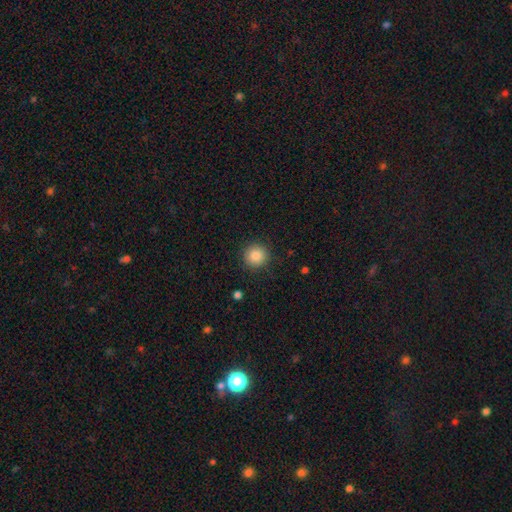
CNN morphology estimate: This appears to be a smooth galaxy with no disk features (85%) that is round (94%). Merging: none (90%).